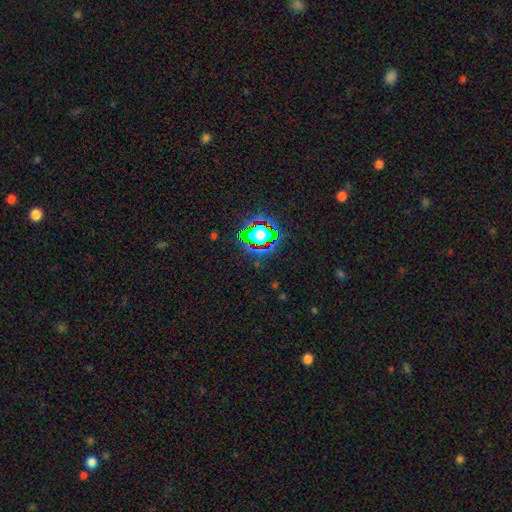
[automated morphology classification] A star or artifact, not a galaxy (75%).